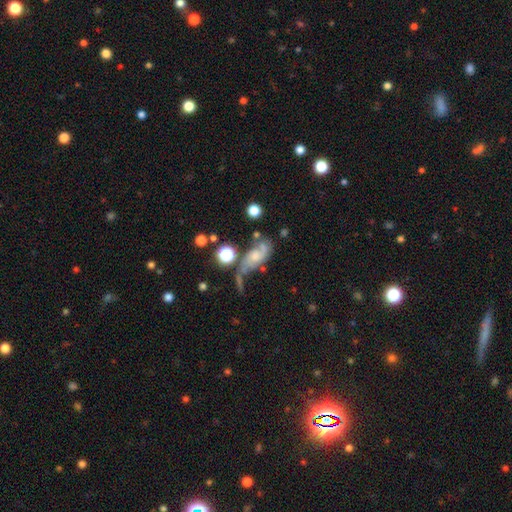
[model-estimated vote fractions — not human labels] This appears to be a featured or disk galaxy (65%) with no bar (67%), 2 (80%) loose (50%) spiral arms (86%) and a moderate central bulge (33%). Merging: none (34%).